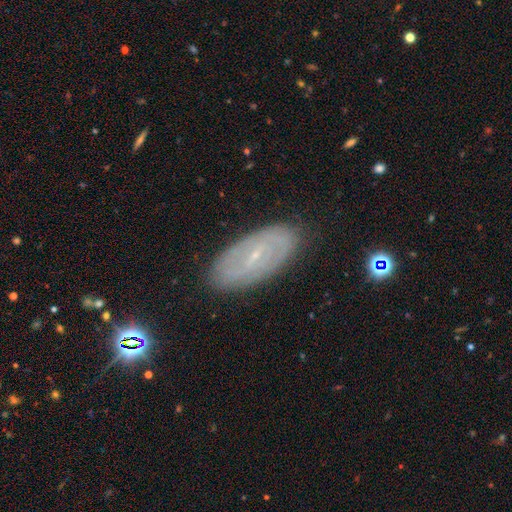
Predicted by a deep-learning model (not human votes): Smooth or featured? featured or disk (64%)
Edge-on disk? no (89%)
Bar? weak (45%)
Spiral arms? yes (61%)
Bulge size? small (86%)
Merging? none (85%)